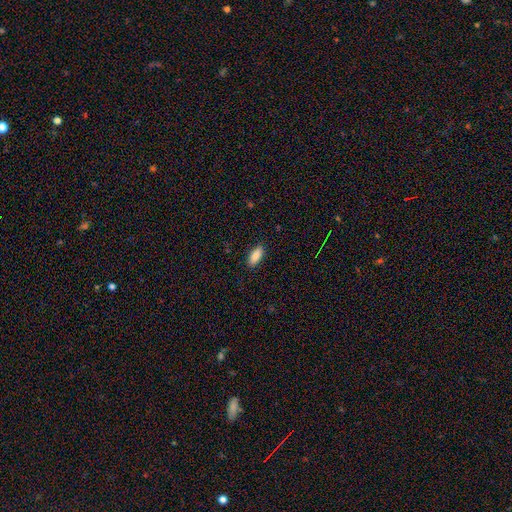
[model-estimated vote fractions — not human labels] This is clearly a smooth galaxy (88%). How rounded: clearly in between (86%). Merging: clearly none (89%).